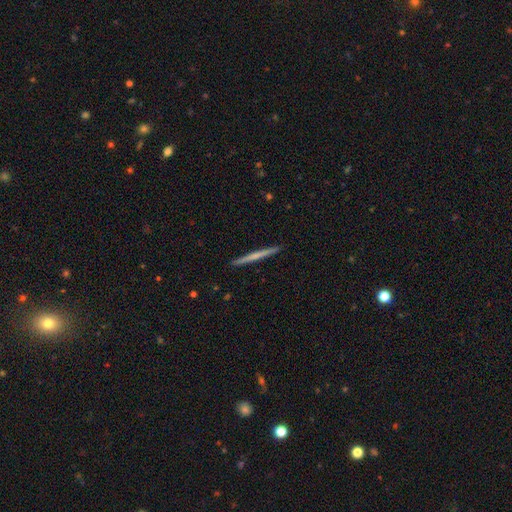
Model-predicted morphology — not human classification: Overall: featured or disk (49%; smooth 45%). Merging: none (93%).